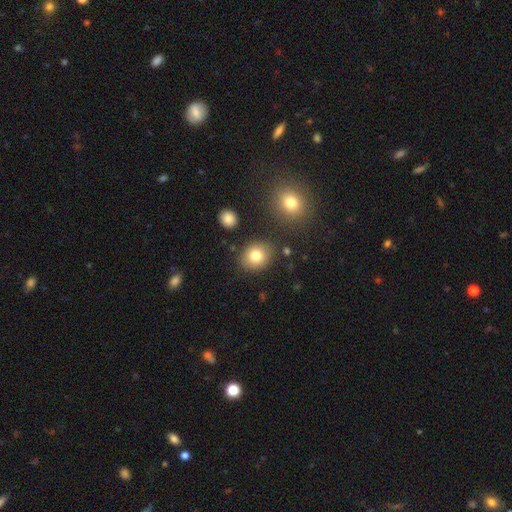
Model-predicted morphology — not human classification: type=smooth (80%); roundness=round (60%); merging=none (82%).